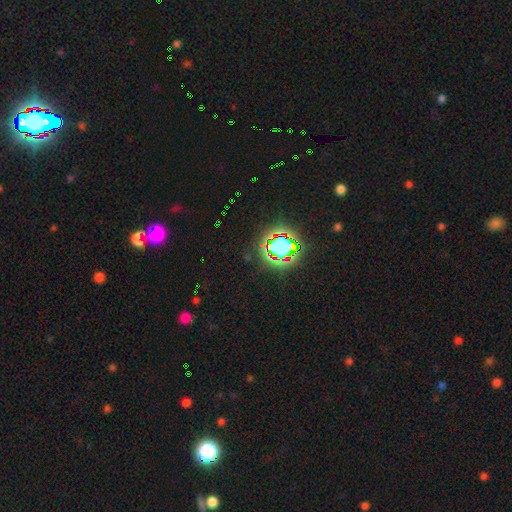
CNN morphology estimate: Smooth or featured? star or artifact (78%)